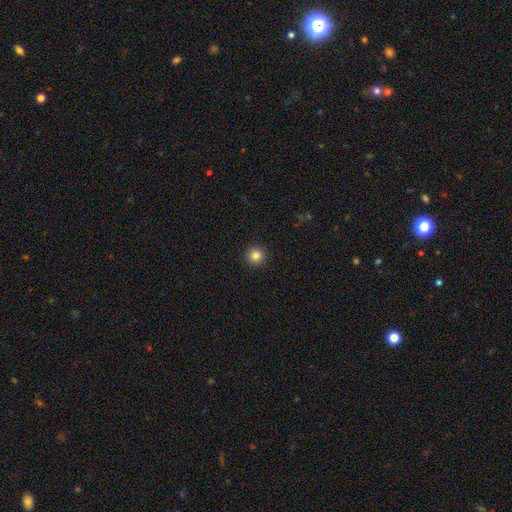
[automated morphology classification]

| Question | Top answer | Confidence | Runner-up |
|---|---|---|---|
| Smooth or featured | smooth | 84% | star or artifact (11%) |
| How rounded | round | 96% | in between (3%) |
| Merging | none | 93% | minor disturbance (4%) |